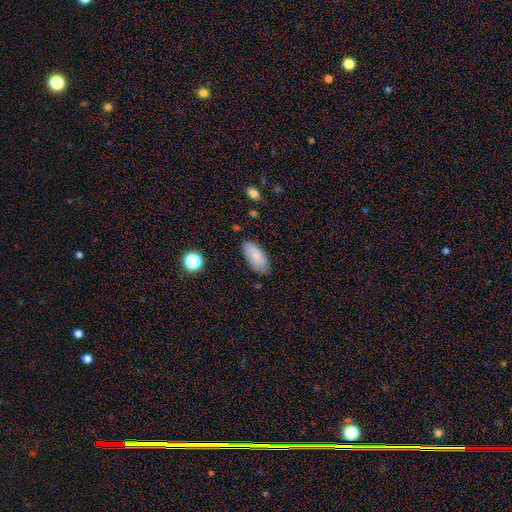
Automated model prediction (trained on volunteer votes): This appears to be a smooth galaxy with no disk features (83%) that is in between round and cigar-shaped (88%). Merging: none (84%).